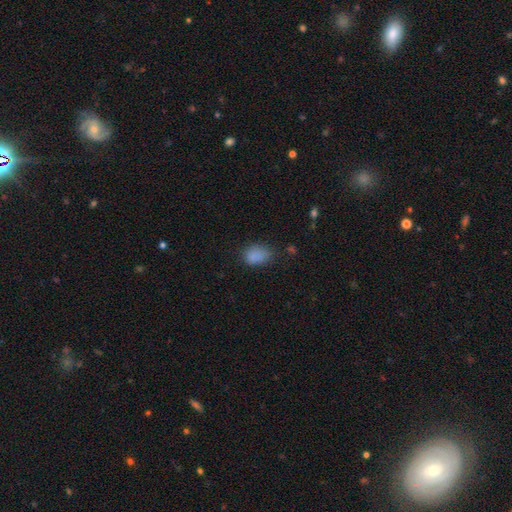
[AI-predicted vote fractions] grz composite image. It shows a smooth galaxy with no disk features (83%) that is in between round and cigar-shaped (79%). Merging: none (59%).